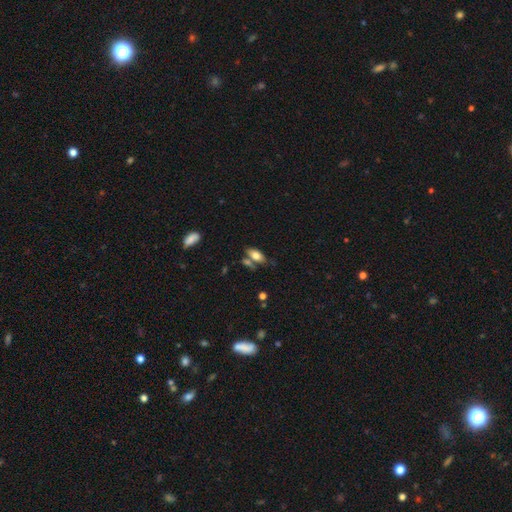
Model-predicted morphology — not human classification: Smooth or featured? Predicted: smooth (p=0.73). How rounded? Predicted: in between (p=0.84). Merging? Predicted: none (p=0.59).